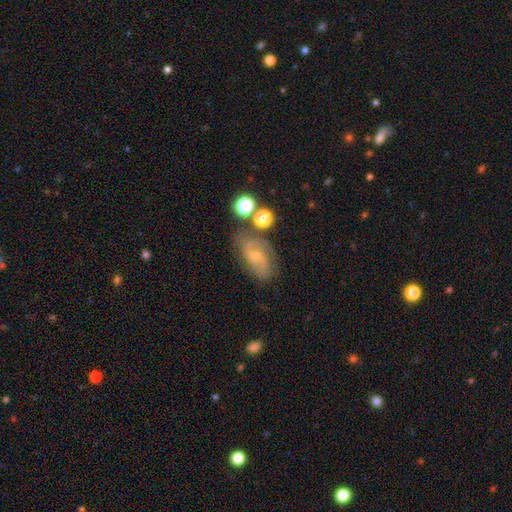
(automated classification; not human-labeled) Smooth or featured?
  - featured or disk: 67% *
  - smooth: 23%
  - star or artifact: 11%
Edge-on disk?
  - no: 96% *
  - yes: 4%
Bar?
  - no: 47% *
  - weak: 43%
  - strong: 10%
Spiral arms?
  - yes: 89% *
  - no: 11%
Spiral winding?
  - medium: 48% *
  - loose: 27%
  - tight: 25%
Spiral arm count?
  - 2: 75% *
  - can't tell: 14%
  - 3: 4%
  - 1: 3%
  - 4: 2%
  - more than 4: 2%
Bulge size?
  - small: 65% *
  - moderate: 28%
  - none: 5%
  - large: 1%
  - dominant: 1%
Merging?
  - none: 64% *
  - minor disturbance: 20%
  - major disturbance: 8%
  - merger: 7%